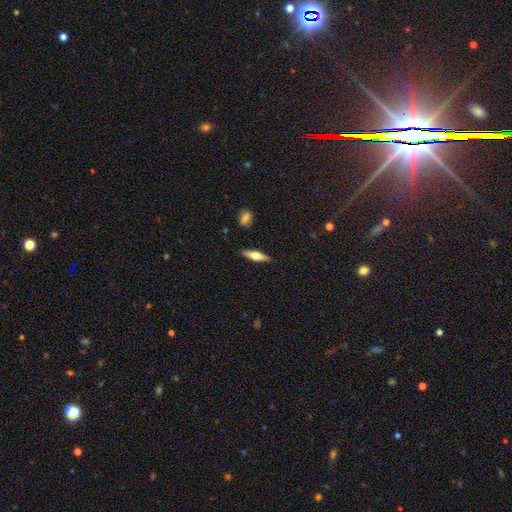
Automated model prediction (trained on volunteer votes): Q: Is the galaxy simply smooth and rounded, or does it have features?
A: smooth — 49%.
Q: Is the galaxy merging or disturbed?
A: none — 88%.